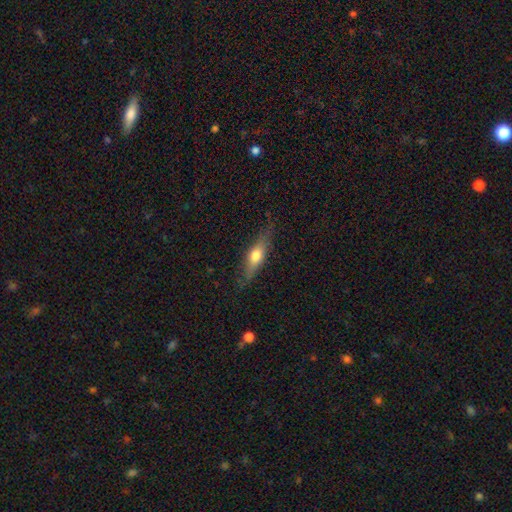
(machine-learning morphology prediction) Smooth or featured?
  - smooth: 51% *
  - featured or disk: 43%
  - star or artifact: 6%
How rounded?
  - cigar-shaped: 60% *
  - in between: 37%
  - round: 3%
Merging?
  - none: 77% *
  - minor disturbance: 17%
  - major disturbance: 5%
  - merger: 1%